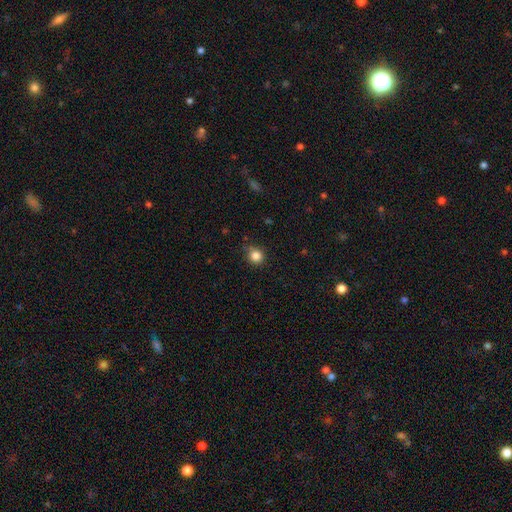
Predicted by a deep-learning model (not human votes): Smooth or featured? Predicted: smooth (p=0.84). How rounded? Predicted: round (p=0.85). Merging? Predicted: none (p=0.77).